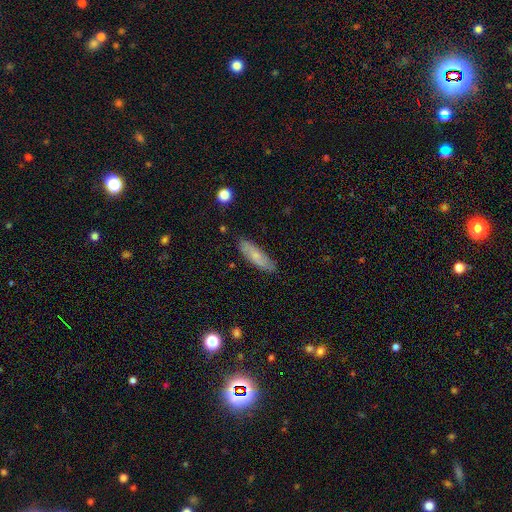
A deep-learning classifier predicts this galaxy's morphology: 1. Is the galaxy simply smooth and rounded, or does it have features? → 67% smooth, 26% featured or disk, 7% star or artifact.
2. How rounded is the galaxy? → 56% cigar-shaped, 42% in between, 2% round.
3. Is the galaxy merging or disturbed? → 81% none, 15% minor disturbance, 3% major disturbance, 2% merger.